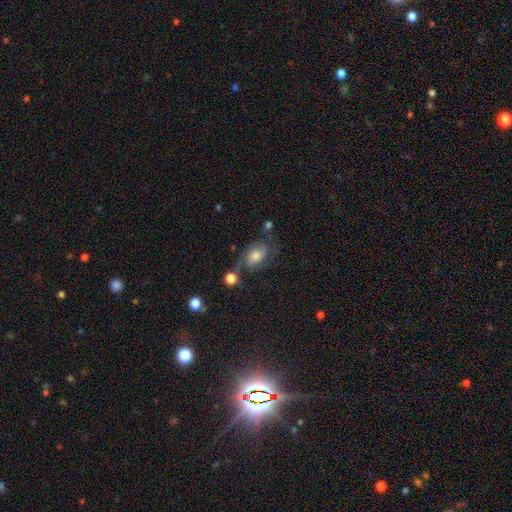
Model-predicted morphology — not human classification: A featured or disk galaxy (53%) with no bar (71%), spiral arms (85%) and a moderate central bulge (56%).

Vote fractions:
- Smooth or featured? featured or disk: 53% / smooth: 35% / star or artifact: 13%
- Edge-on disk? no: 95% / yes: 5%
- Bar? no: 71% / weak: 25% / strong: 5%
- Spiral arms? yes: 85% / no: 15%
- Bulge size? moderate: 56% / large: 19% / small: 18% / none: 4% / dominant: 3%
- Merging? none: 48% / minor disturbance: 23% / major disturbance: 18% / merger: 11%